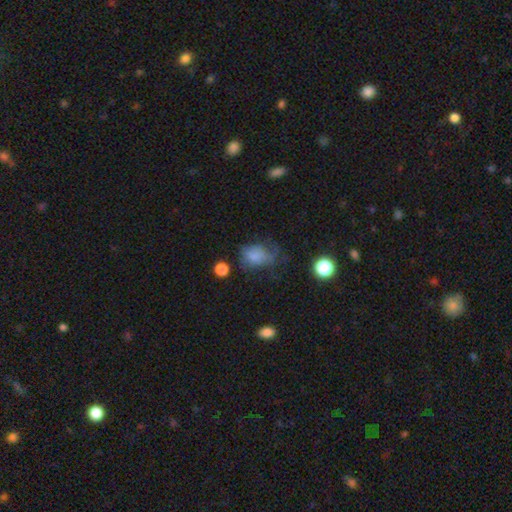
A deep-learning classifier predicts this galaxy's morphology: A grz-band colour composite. It shows a smooth galaxy with no disk features (69%) that is in between round and cigar-shaped (67%). Merging: major disturbance (37%).